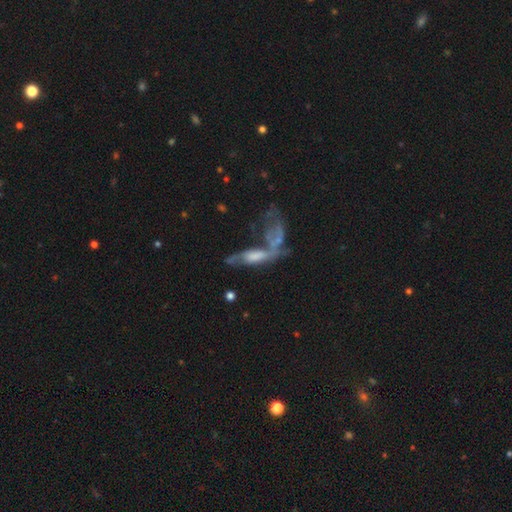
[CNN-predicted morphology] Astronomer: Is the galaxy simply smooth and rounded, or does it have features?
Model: featured or disk — 60%.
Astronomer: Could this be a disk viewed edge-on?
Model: no — 70%.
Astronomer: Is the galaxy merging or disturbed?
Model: merger — 52%.